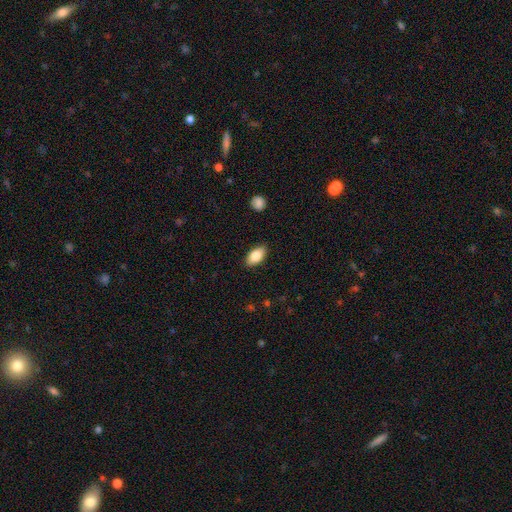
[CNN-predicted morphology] Smooth or featured? smooth (83%)
How rounded? in between (93%)
Merging? none (88%)